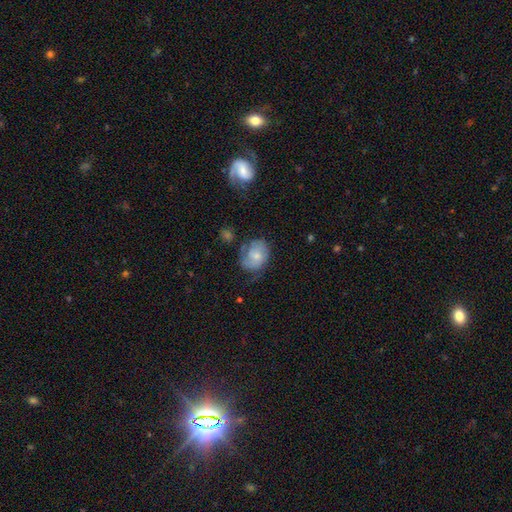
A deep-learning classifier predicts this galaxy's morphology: smooth-or-featured: smooth: 50% | featured or disk: 42% | star or artifact: 8%
  how-rounded: in between: 53% | round: 46% | cigar-shaped: 1%
  merging: none: 46% | minor disturbance: 32% | major disturbance: 17% | merger: 5%